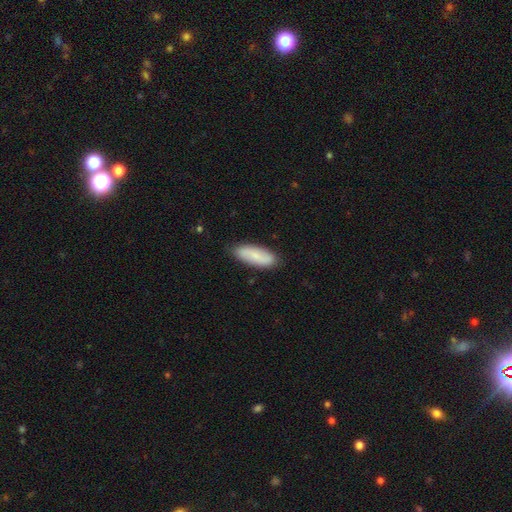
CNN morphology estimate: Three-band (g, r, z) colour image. It shows a smooth galaxy with no disk features (74%) that is in between round and cigar-shaped (66%). Merging: none (85%).